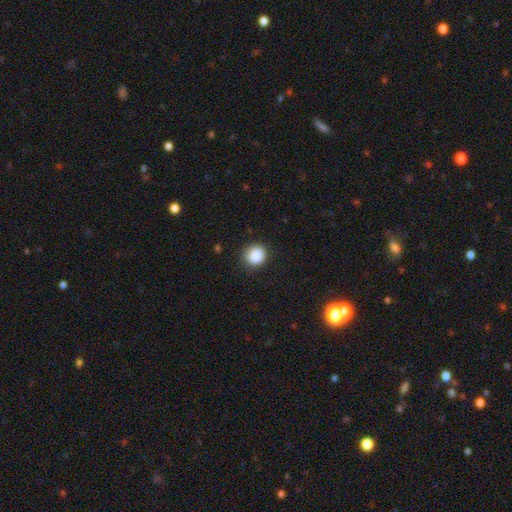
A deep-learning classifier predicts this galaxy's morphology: This is clearly a smooth galaxy (88%). How rounded: clearly round (88%). Merging: clearly none (88%).